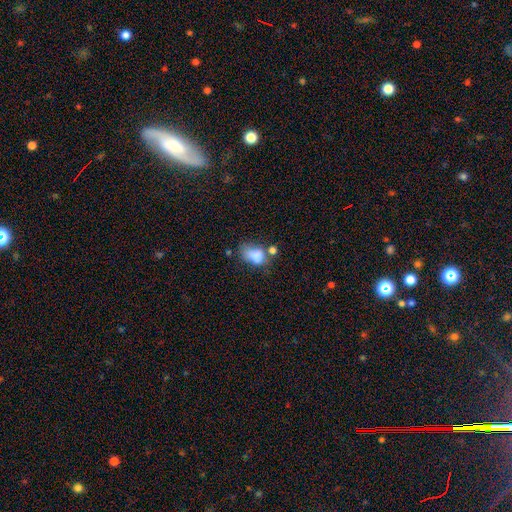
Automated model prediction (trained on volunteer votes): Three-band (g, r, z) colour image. It shows a smooth galaxy with no disk features (77%) that is in between round and cigar-shaped (81%). Merging: none (32%).